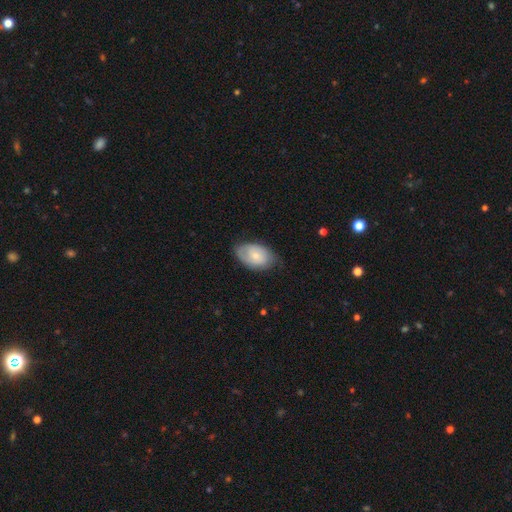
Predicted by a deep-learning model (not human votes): A smooth galaxy with no disk features (57%) that is in between round and cigar-shaped (89%).

Vote fractions:
- Smooth or featured? smooth: 57% / featured or disk: 37% / star or artifact: 6%
- How rounded? in between: 89% / round: 10% / cigar-shaped: 1%
- Merging? none: 69% / minor disturbance: 24% / major disturbance: 6% / merger: 1%